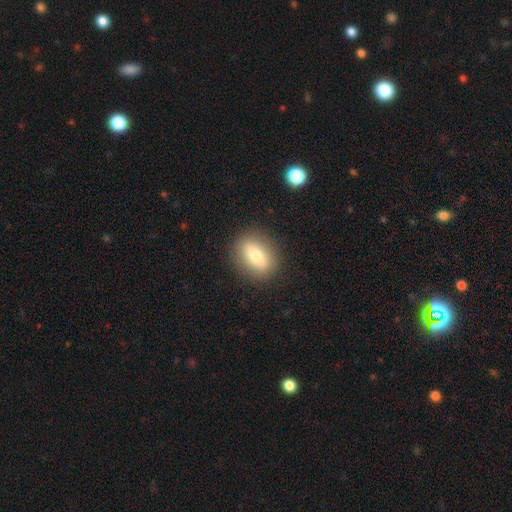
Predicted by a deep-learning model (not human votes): This appears to be a smooth galaxy with no disk features (66%) that is in between round and cigar-shaped (62%). Merging: none (87%).